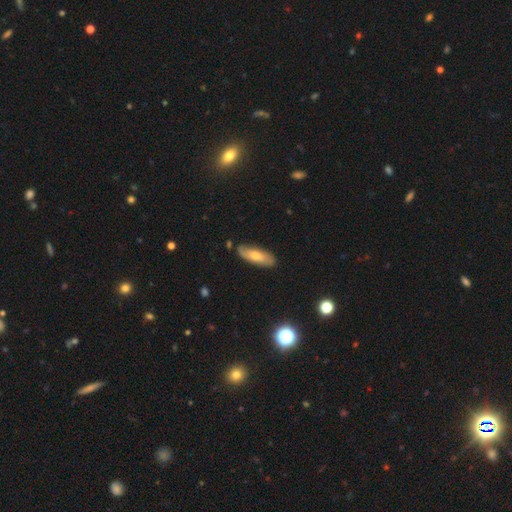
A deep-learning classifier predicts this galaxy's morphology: A smooth galaxy with no disk features (62%) that is in between round and cigar-shaped (65%).

Vote fractions:
- Smooth or featured? smooth: 62% / featured or disk: 32% / star or artifact: 6%
- How rounded? in between: 65% / cigar-shaped: 33% / round: 2%
- Merging? none: 78% / minor disturbance: 16% / major disturbance: 3% / merger: 2%